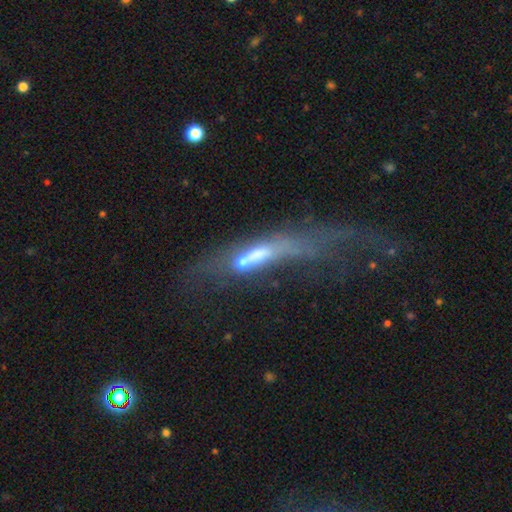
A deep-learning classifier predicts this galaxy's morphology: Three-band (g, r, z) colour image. It shows a featured or disk galaxy (56%) with not edge-on (50%, tied with yes). Merging: major disturbance (46%).